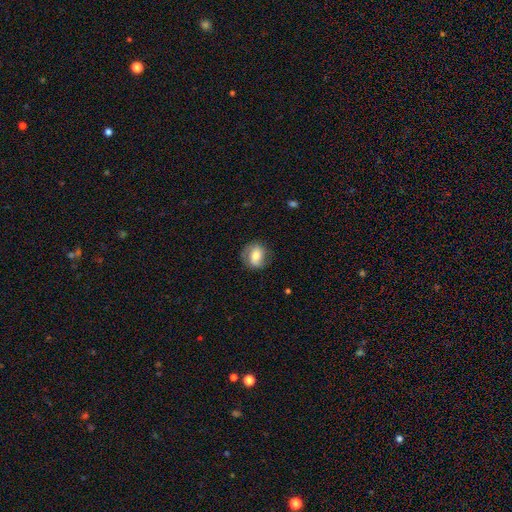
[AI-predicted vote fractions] A smooth galaxy with no disk features (55%) that is round (54%).

Vote fractions:
- Smooth or featured? smooth: 55% / featured or disk: 37% / star or artifact: 8%
- How rounded? round: 54% / in between: 44% / cigar-shaped: 2%
- Merging? none: 76% / minor disturbance: 17% / major disturbance: 6% / merger: 1%